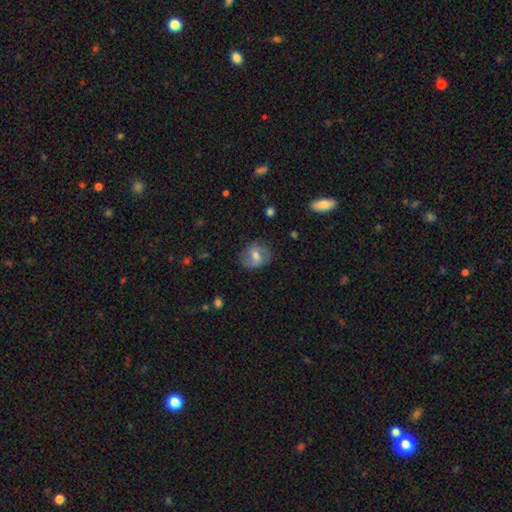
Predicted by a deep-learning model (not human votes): Smooth or featured: smooth — 57% (featured or disk — 35%)
How rounded: round — 60% (in between — 38%)
Merging: none — 75% (minor disturbance — 18%)